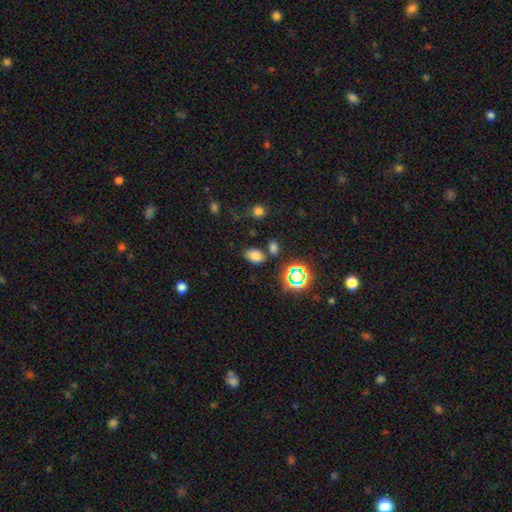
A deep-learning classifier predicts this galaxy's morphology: smooth 72%, star or artifact 20%, featured or disk 7%. Down the decision tree: how rounded — in between (84%); merging — none (76%).